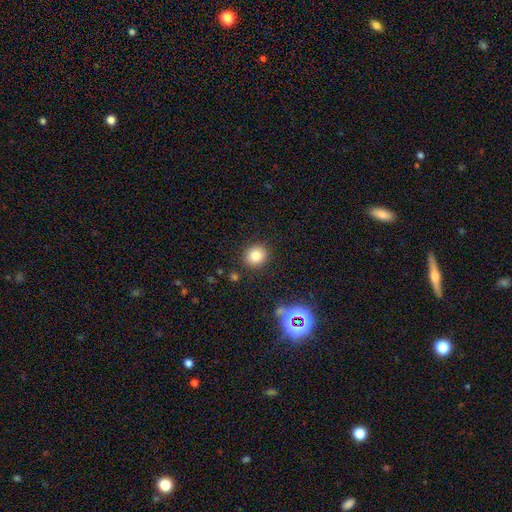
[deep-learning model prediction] Q: Smooth or featured?
A: smooth (82%); runner-up: star or artifact (12%)
Q: How rounded?
A: round (79%); runner-up: in between (20%)
Q: Merging?
A: none (88%); runner-up: minor disturbance (7%)